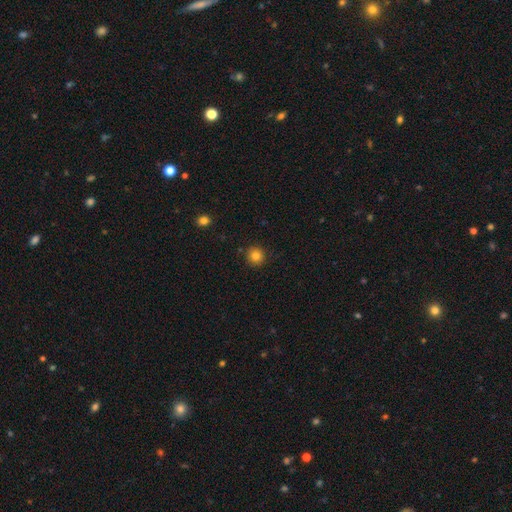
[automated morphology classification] The model was most divided on "smooth or featured": smooth: 83%, star or artifact: 12%, featured or disk: 5%. More confident: how rounded — round (94%); merging — none (90%).